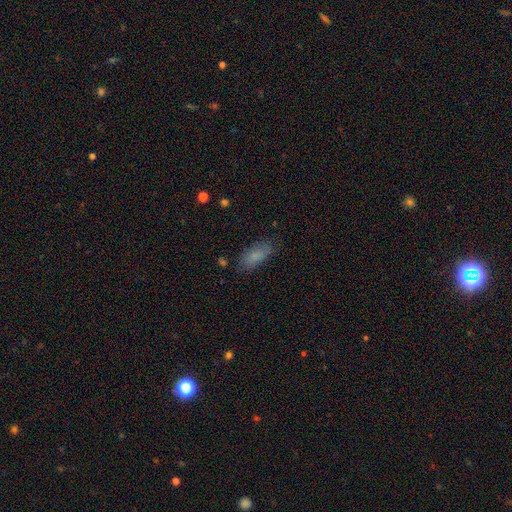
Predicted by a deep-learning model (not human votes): Smooth or featured? Predicted: smooth (p=0.82). How rounded? Predicted: in between (p=0.83). Merging? Predicted: none (p=0.73).